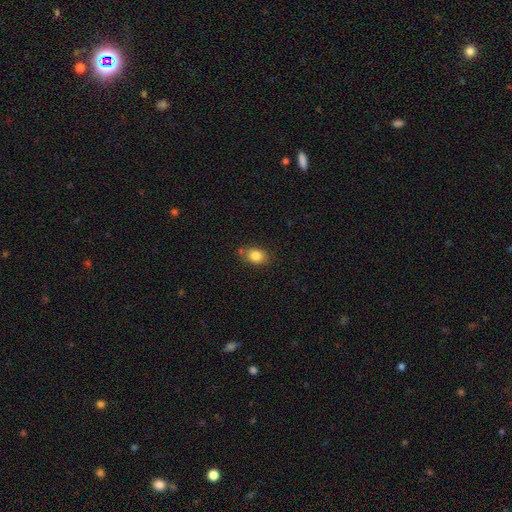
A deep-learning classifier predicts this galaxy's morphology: Smooth or featured? Predicted: smooth (p=0.84). How rounded? Predicted: in between (p=0.70). Merging? Predicted: none (p=0.76).